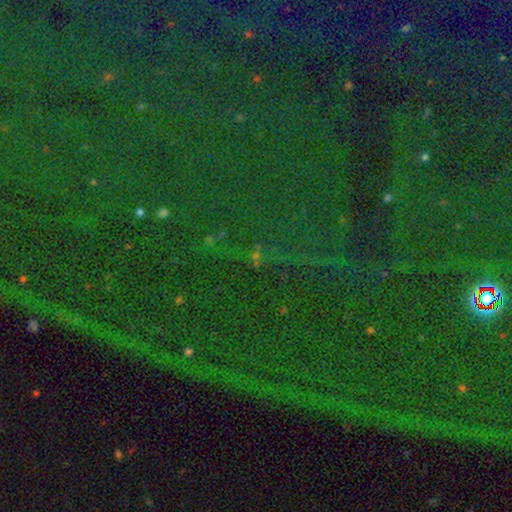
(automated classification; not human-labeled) Smooth or featured: star or artifact — 80% (smooth — 12%)